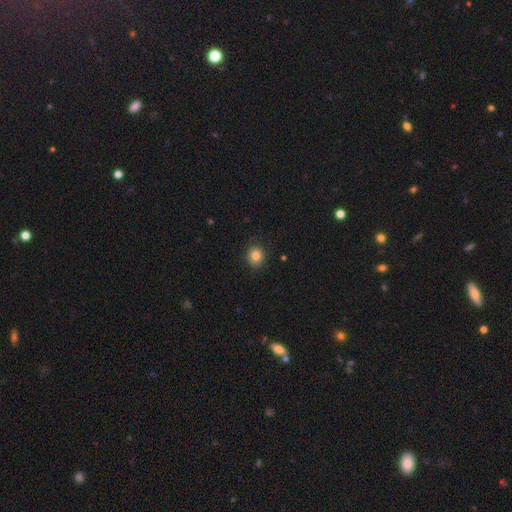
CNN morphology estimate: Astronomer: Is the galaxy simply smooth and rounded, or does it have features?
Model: smooth — 83%.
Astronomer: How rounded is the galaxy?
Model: round — 76%.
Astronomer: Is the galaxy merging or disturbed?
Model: none — 88%.